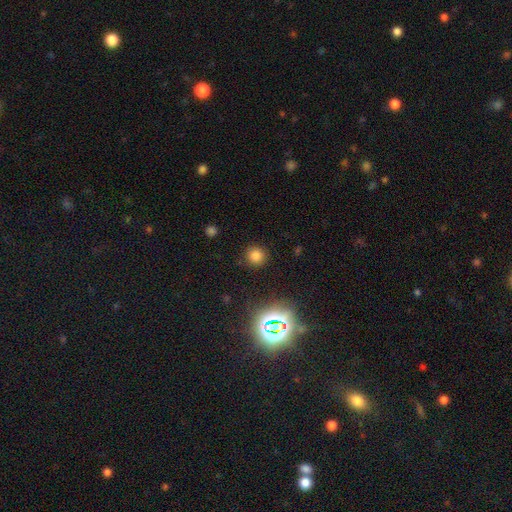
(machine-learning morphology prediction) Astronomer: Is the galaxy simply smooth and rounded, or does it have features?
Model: smooth — 74%.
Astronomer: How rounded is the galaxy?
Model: round — 92%.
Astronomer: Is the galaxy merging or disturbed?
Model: none — 88%.